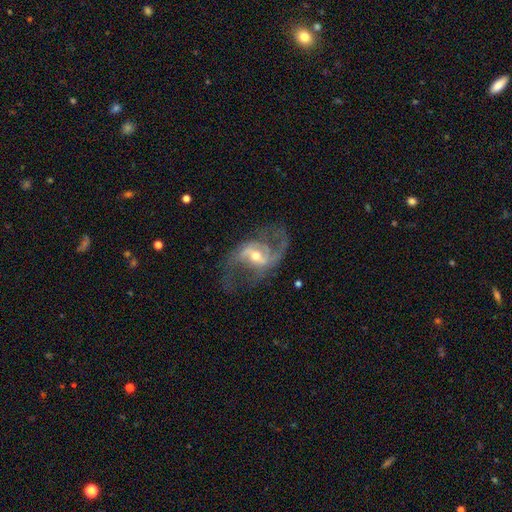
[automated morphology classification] Smooth or featured? Predicted: featured or disk (p=0.87). Edge-on disk? Predicted: no (p=0.96). Bar? Predicted: weak (p=0.45). Spiral arms? Predicted: yes (p=0.94). Spiral winding? Predicted: loose (p=0.49). Spiral arm count? Predicted: 2 (p=0.87). Bulge size? Predicted: moderate (p=0.58). Merging? Predicted: none (p=0.64).